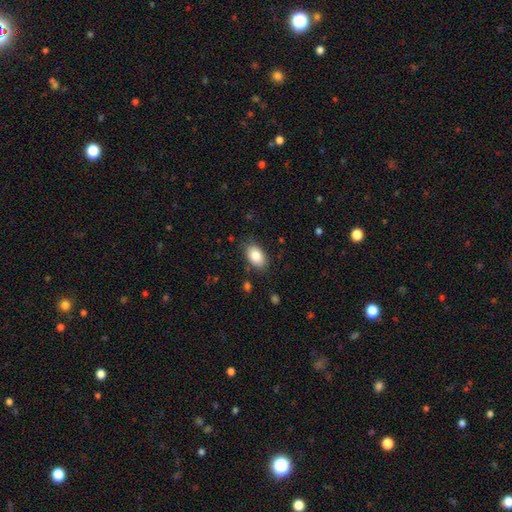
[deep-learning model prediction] Q: Smooth or featured?
A: smooth (85%); runner-up: featured or disk (8%)
Q: How rounded?
A: in between (91%); runner-up: round (7%)
Q: Merging?
A: none (83%); runner-up: minor disturbance (13%)